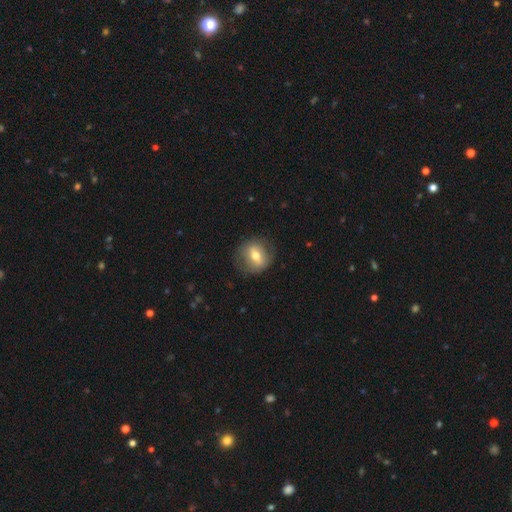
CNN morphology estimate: This appears to be a smooth galaxy with no disk features (50%) that is round (72%). Merging: none (76%).